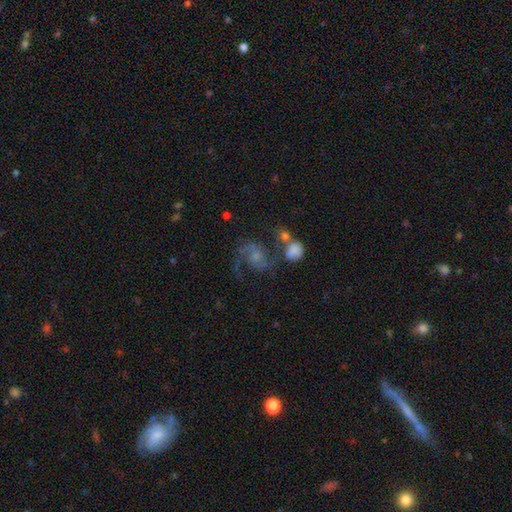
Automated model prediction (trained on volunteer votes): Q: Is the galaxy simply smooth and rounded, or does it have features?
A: featured or disk — 78%.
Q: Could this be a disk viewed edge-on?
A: no — 98%.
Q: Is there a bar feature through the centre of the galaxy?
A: no — 61%.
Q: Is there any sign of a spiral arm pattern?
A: yes — 94%.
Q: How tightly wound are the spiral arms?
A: medium — 50%.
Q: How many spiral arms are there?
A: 2 — 77%.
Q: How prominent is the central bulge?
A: small — 46%.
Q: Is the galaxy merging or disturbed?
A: none — 45%.